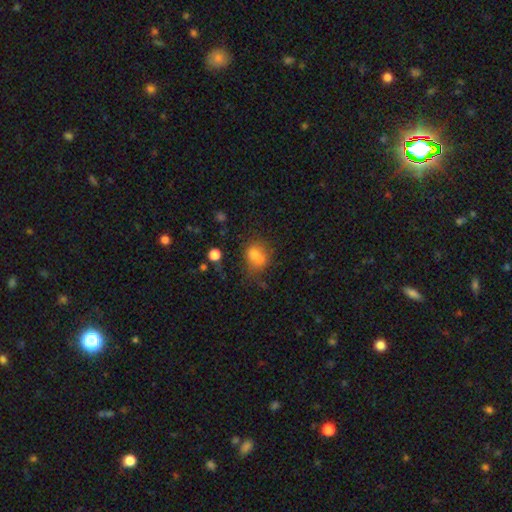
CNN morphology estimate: A smooth galaxy with no disk features (71%) that is round (60%). Merging: none (38%).